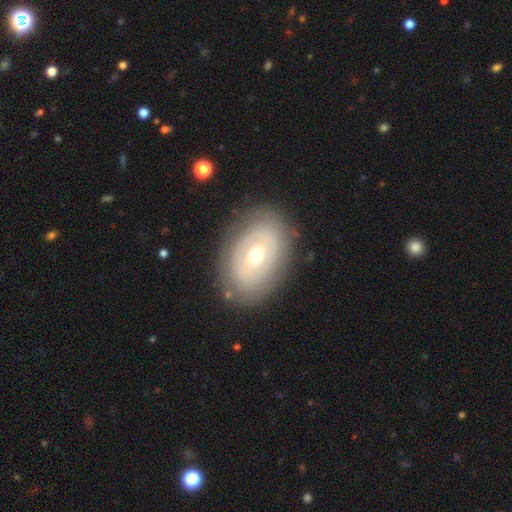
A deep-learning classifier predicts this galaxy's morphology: Smooth or featured?
  - featured or disk: 59% *
  - smooth: 35%
  - star or artifact: 6%
Edge-on disk?
  - no: 93% *
  - yes: 7%
Bar?
  - no: 67% *
  - weak: 24%
  - strong: 9%
Spiral arms?
  - no: 71% *
  - yes: 29%
Bulge size?
  - moderate: 63% *
  - small: 31%
  - large: 4%
  - dominant: 1%
  - none: 1%
Merging?
  - none: 81% *
  - minor disturbance: 13%
  - major disturbance: 5%
  - merger: 1%